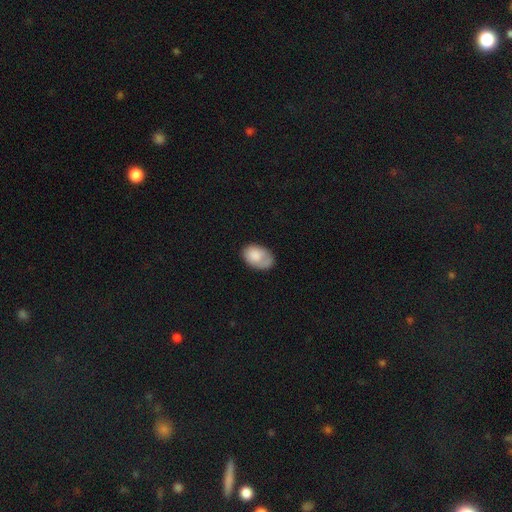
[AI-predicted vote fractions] smooth 79%, featured or disk 15%, star or artifact 7%. Down the decision tree: how rounded — in between (86%); merging — none (55%).